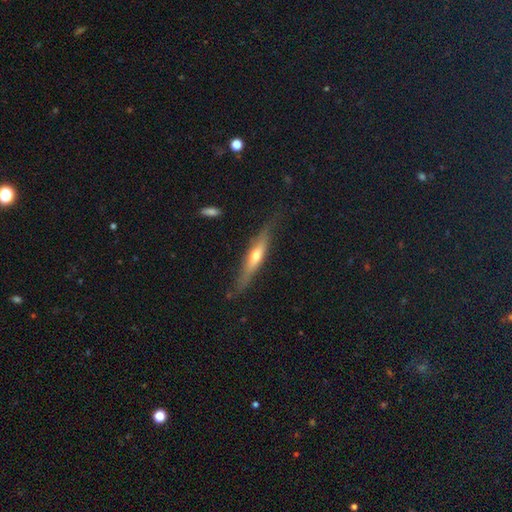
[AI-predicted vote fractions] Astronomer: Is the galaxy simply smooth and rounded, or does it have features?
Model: featured or disk — 61%.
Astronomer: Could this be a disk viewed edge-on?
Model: yes — 92%.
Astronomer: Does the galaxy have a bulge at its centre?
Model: rounded — 83%.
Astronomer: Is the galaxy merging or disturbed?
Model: none — 78%.